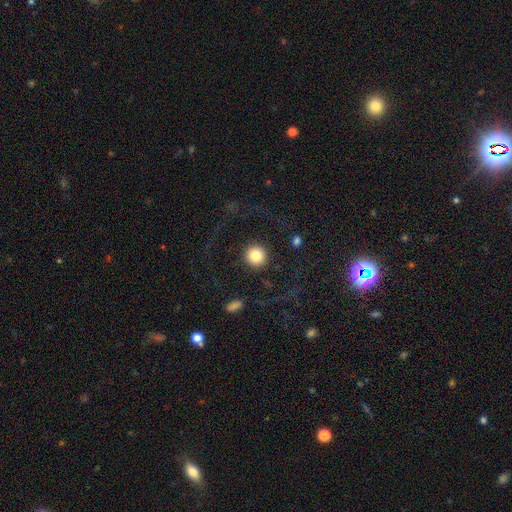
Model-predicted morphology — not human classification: smooth_or_featured: smooth (p=0.83) [alt: star or artifact p=0.09]
how_rounded: round (p=0.95) [alt: in between p=0.04]
merging: none (p=0.89) [alt: minor disturbance p=0.05]